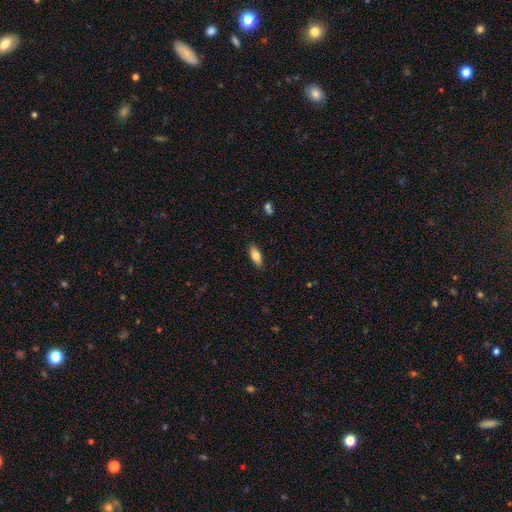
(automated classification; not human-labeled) Smooth or featured: smooth — 78% (featured or disk — 16%)
How rounded: in between — 78% (cigar-shaped — 20%)
Merging: none — 87% (minor disturbance — 10%)